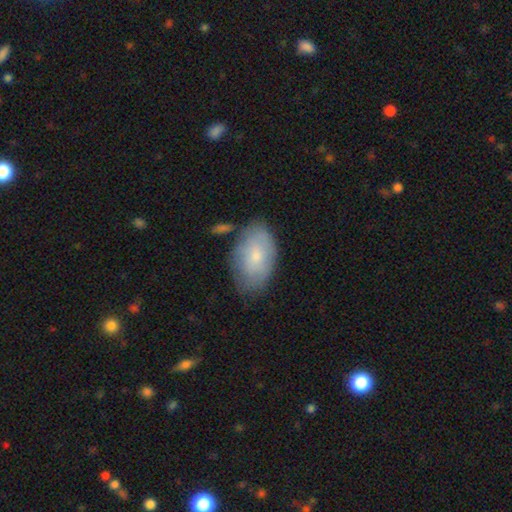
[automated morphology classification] type=smooth (69%); roundness=in between (92%); merging=none (67%).